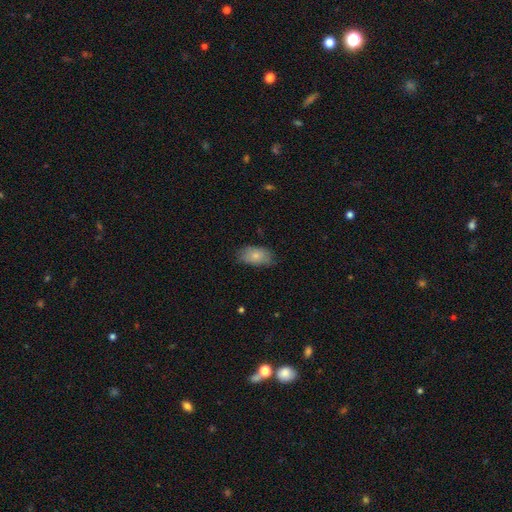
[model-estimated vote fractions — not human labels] Overall: smooth (78%). How rounded: in between (92%). Merging: none (68%).